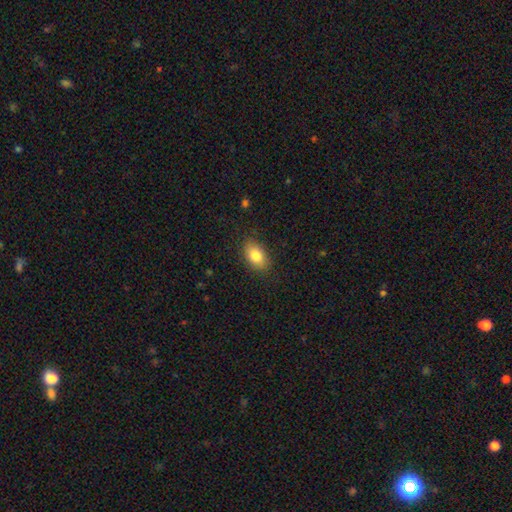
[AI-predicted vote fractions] A smooth galaxy with no disk features (83%) that is in between round and cigar-shaped (86%). Merging: none (84%).